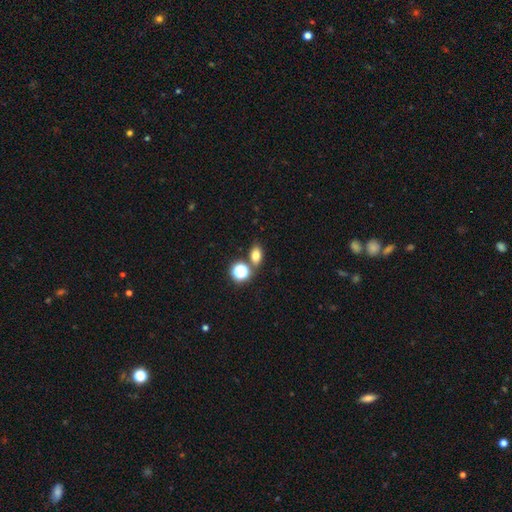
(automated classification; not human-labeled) Morphology: type=smooth (74%); roundness=in between (72%); merging=none (71%).